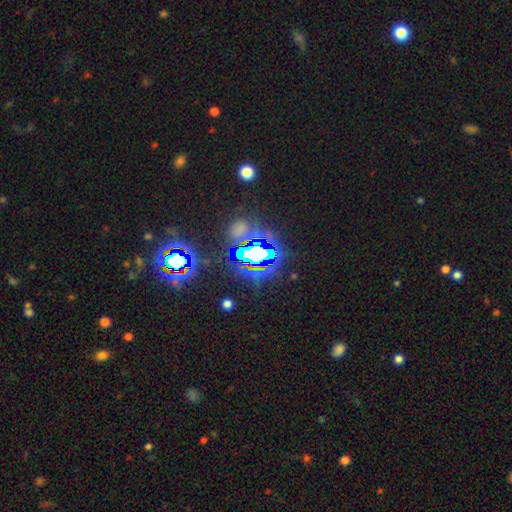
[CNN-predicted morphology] Smooth or featured? Predicted: star or artifact (p=0.73).